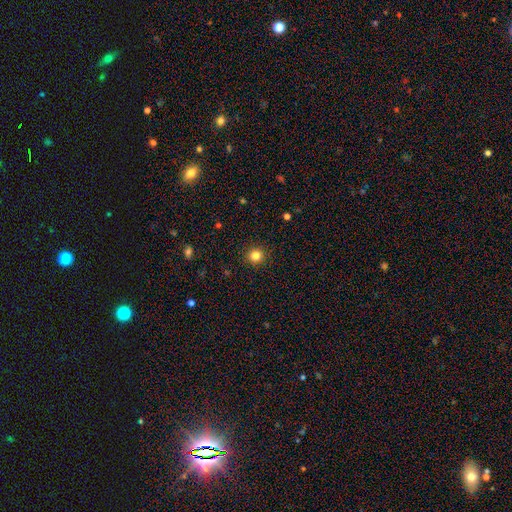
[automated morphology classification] type=smooth (82%); roundness=round (94%); merging=none (92%).